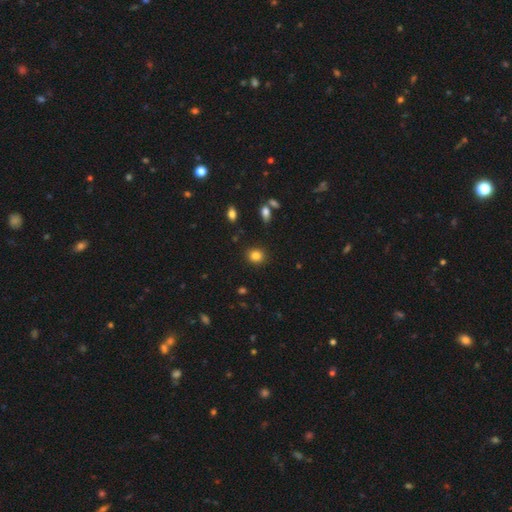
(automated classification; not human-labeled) Q: Smooth or featured?
A: smooth (85%); runner-up: star or artifact (11%)
Q: How rounded?
A: round (74%); runner-up: in between (25%)
Q: Merging?
A: none (88%); runner-up: minor disturbance (8%)